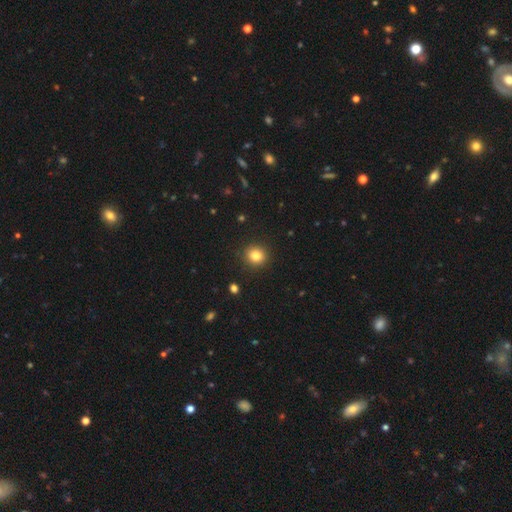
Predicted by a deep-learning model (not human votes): The model was most divided on "smooth or featured": smooth: 83%, star or artifact: 12%, featured or disk: 6%. More confident: merging — none (91%); how rounded — round (85%).